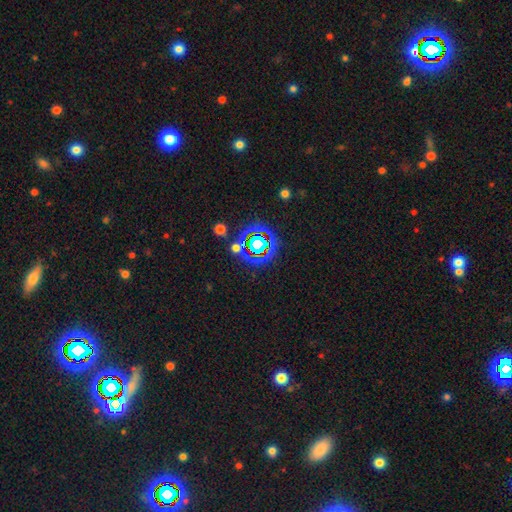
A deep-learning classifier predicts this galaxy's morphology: The model was most divided on "smooth or featured": star or artifact: 74%, smooth: 14%, featured or disk: 11%.